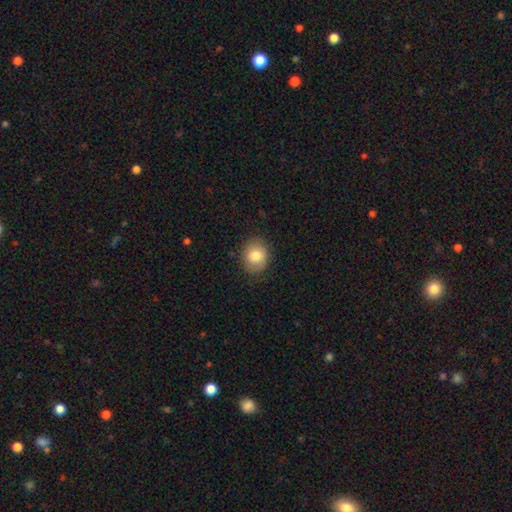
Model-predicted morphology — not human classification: Q: Smooth or featured?
A: smooth (81%); runner-up: featured or disk (11%)
Q: How rounded?
A: round (62%); runner-up: in between (37%)
Q: Merging?
A: none (85%); runner-up: minor disturbance (11%)